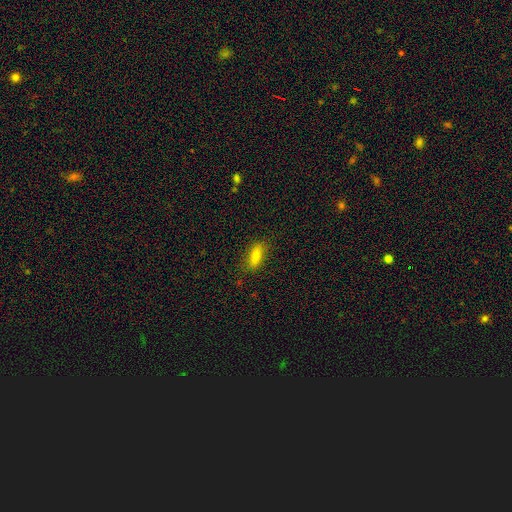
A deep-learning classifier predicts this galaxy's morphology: This is likely a smooth galaxy (77%). How rounded: likely in between (62%). Merging: clearly none (82%).